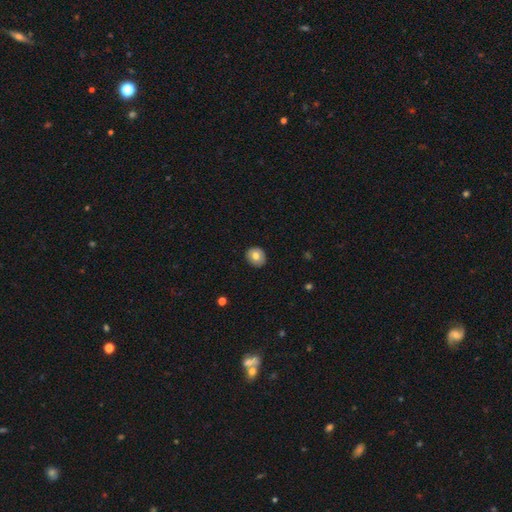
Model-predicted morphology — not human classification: smooth-or-featured: smooth: 77% | featured or disk: 16% | star or artifact: 8%
  how-rounded: round: 80% | in between: 19% | cigar-shaped: 1%
  merging: none: 89% | minor disturbance: 8% | major disturbance: 2% | merger: 1%